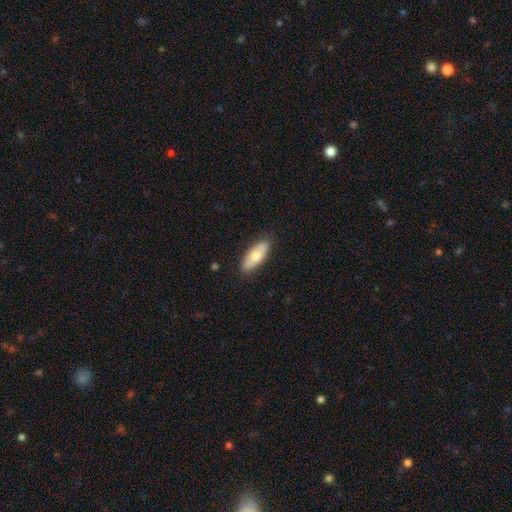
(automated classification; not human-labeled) smooth_or_featured: smooth (p=0.69) [alt: featured or disk p=0.25]
how_rounded: in between (p=0.77) [alt: cigar-shaped p=0.21]
merging: none (p=0.86) [alt: minor disturbance p=0.11]